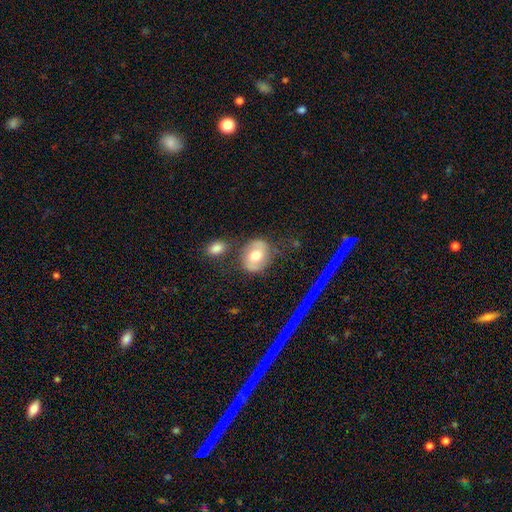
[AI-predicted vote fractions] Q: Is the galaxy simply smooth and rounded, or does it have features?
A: smooth — 55%.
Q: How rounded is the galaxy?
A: round — 62%.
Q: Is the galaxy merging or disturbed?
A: none — 68%.